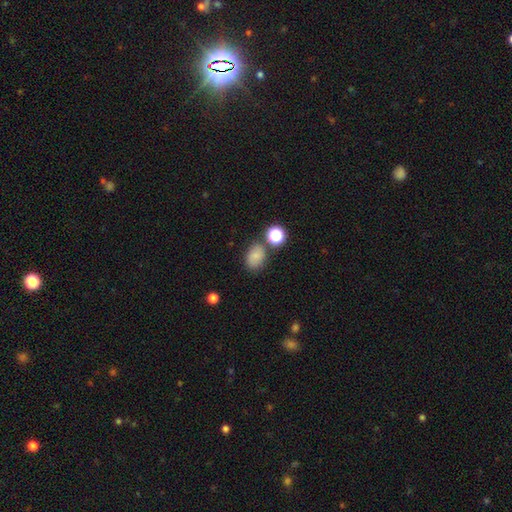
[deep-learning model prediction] Q: Smooth or featured?
A: smooth (79%); runner-up: star or artifact (13%)
Q: How rounded?
A: in between (75%); runner-up: round (24%)
Q: Merging?
A: none (69%); runner-up: minor disturbance (17%)